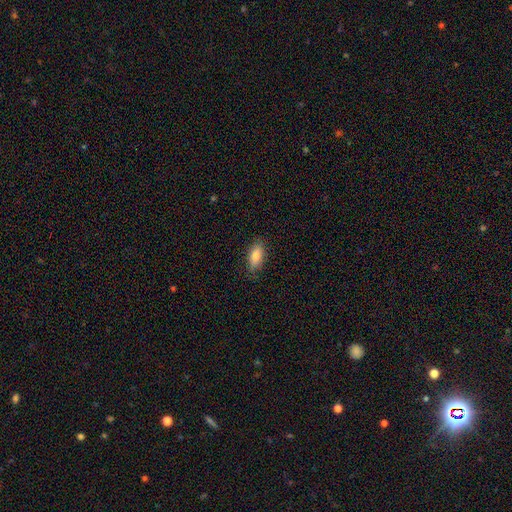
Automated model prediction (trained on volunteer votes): smooth-or-featured: smooth: 79% | featured or disk: 14% | star or artifact: 7%
  how-rounded: in between: 82% | cigar-shaped: 15% | round: 3%
  merging: none: 83% | minor disturbance: 13% | major disturbance: 2% | merger: 1%